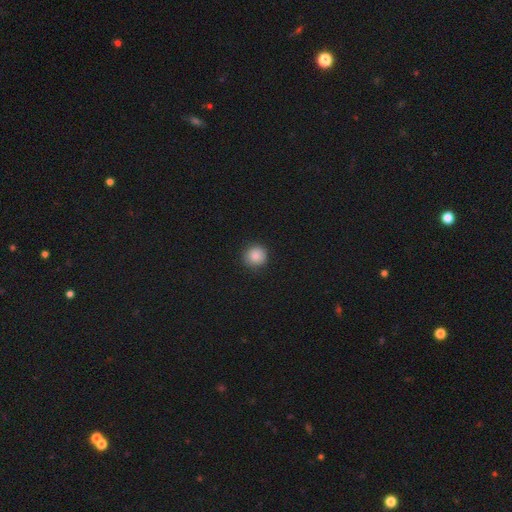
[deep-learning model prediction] Smooth or featured? Predicted: smooth (p=0.87). How rounded? Predicted: round (p=0.92). Merging? Predicted: none (p=0.88).